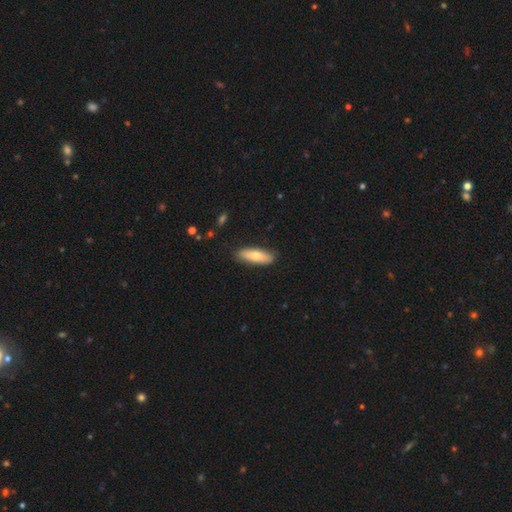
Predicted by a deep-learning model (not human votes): smooth_or_featured: smooth (p=0.69) [alt: featured or disk p=0.26]
how_rounded: in between (p=0.54) [alt: cigar-shaped p=0.44]
merging: none (p=0.85) [alt: minor disturbance p=0.11]